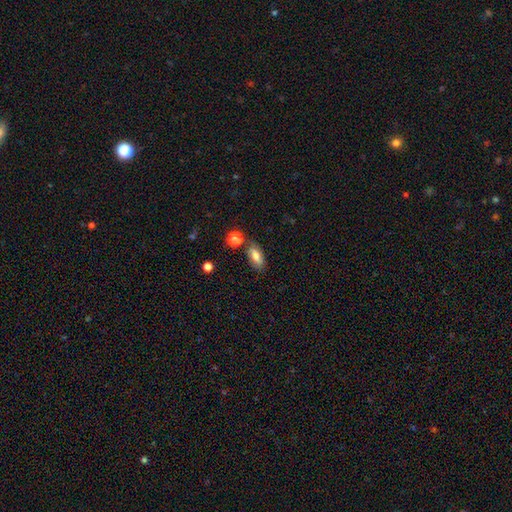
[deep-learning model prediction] A smooth galaxy with no disk features (73%) that is in between round and cigar-shaped (81%). Merging: none (78%).